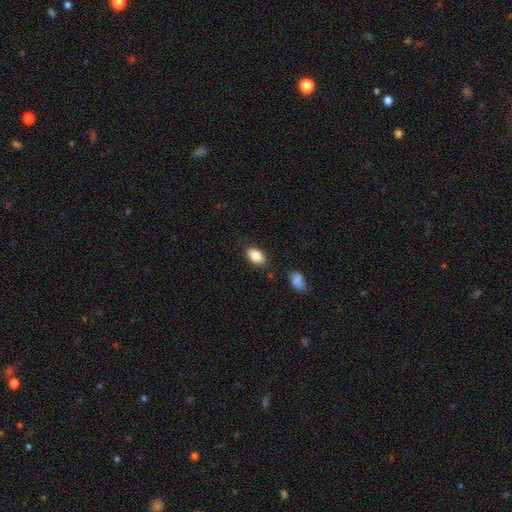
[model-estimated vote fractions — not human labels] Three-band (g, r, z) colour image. It shows a smooth galaxy with no disk features (86%) that is in between round and cigar-shaped (89%). Merging: none (83%).